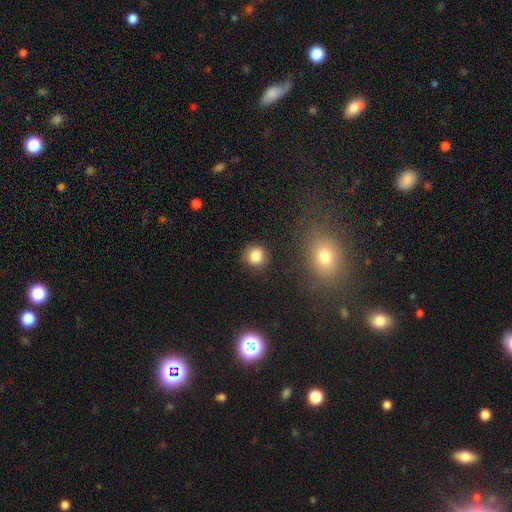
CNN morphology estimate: smooth-or-featured: smooth: 84% | star or artifact: 11% | featured or disk: 5%
  how-rounded: round: 86% | in between: 13% | cigar-shaped: 1%
  merging: none: 84% | minor disturbance: 10% | major disturbance: 3% | merger: 3%